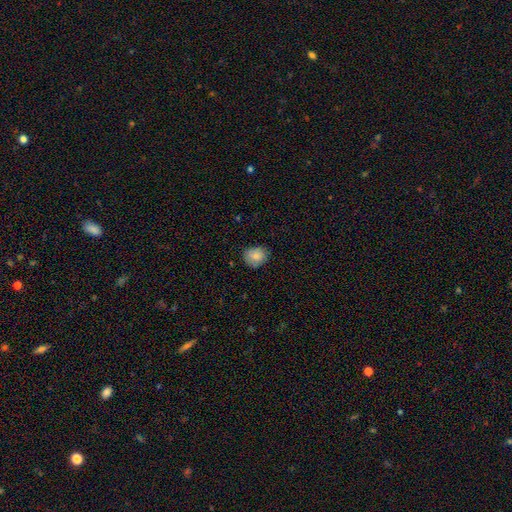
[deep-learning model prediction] A smooth galaxy with no disk features (83%) that is round (64%).

Vote fractions:
- Smooth or featured? smooth: 83% / featured or disk: 9% / star or artifact: 8%
- How rounded? round: 64% / in between: 35% / cigar-shaped: 1%
- Merging? none: 78% / minor disturbance: 18% / major disturbance: 3% / merger: 1%